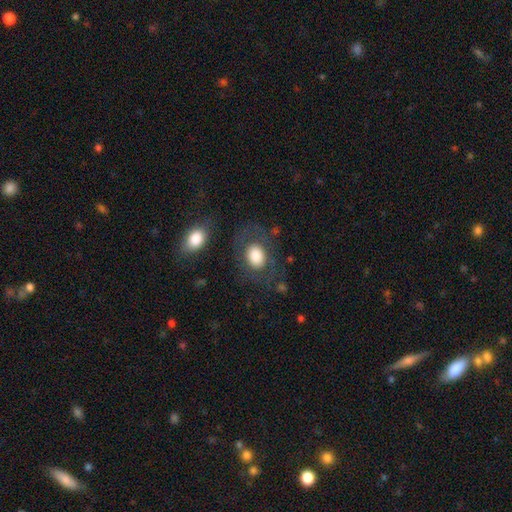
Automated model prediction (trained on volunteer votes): This appears to be a smooth galaxy with no disk features (75%) that is in between round and cigar-shaped (67%). Merging: none (71%).